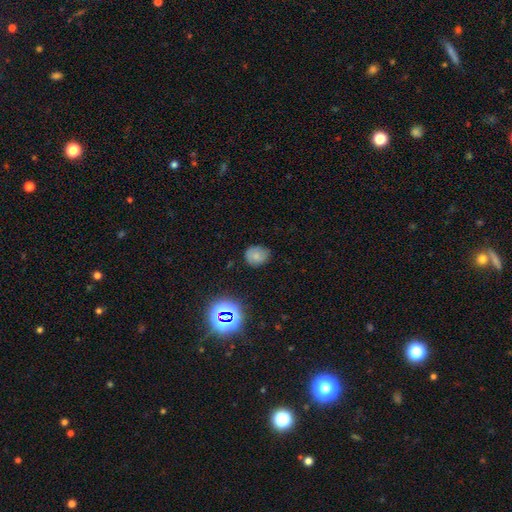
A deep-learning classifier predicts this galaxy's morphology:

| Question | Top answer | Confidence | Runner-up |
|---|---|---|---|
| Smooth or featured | smooth | 73% | star or artifact (16%) |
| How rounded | round | 71% | in between (28%) |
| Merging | none | 76% | minor disturbance (18%) |